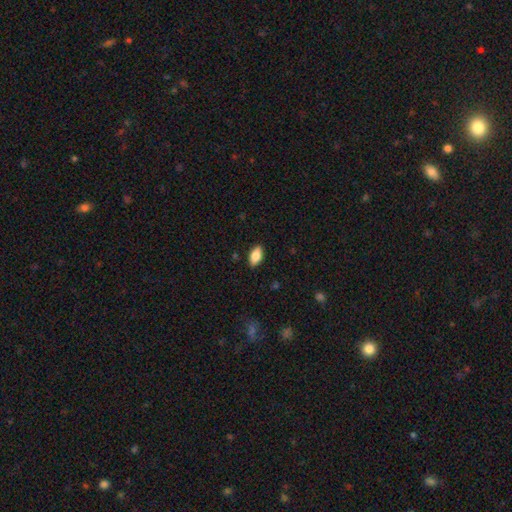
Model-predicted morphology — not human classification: Smooth or featured? smooth (84%)
How rounded? in between (92%)
Merging? none (88%)